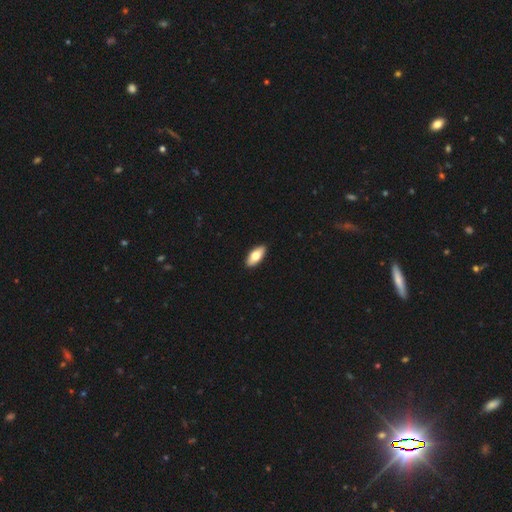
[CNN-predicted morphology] A smooth galaxy with no disk features (73%) that is in between round and cigar-shaped (87%). Merging: none (91%).